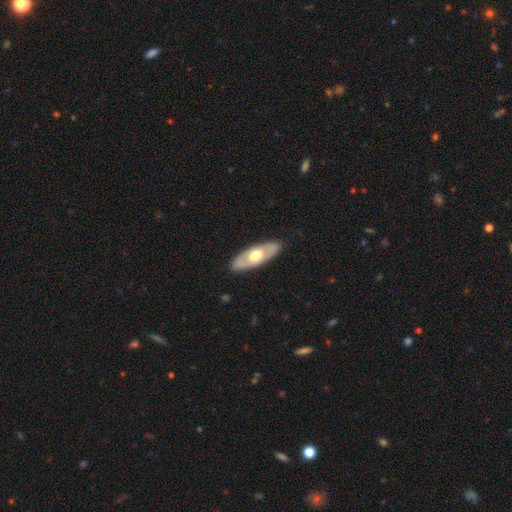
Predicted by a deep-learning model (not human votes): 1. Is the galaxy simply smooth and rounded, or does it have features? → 51% featured or disk, 45% smooth, 4% star or artifact.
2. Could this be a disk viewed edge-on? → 70% no, 30% yes.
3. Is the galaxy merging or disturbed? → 87% none, 10% minor disturbance, 2% major disturbance, 1% merger.